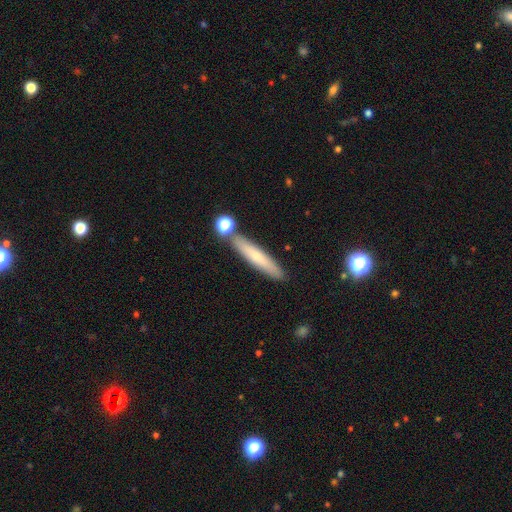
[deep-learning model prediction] Q: Smooth or featured?
A: smooth (64%); runner-up: featured or disk (29%)
Q: How rounded?
A: cigar-shaped (90%); runner-up: in between (9%)
Q: Merging?
A: none (81%); runner-up: minor disturbance (10%)